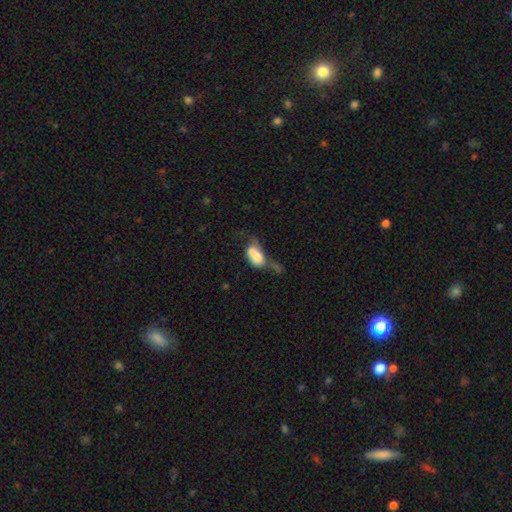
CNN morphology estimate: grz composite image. It shows a smooth galaxy with no disk features (62%) that is in between round and cigar-shaped (83%). Merging: merger (48%).